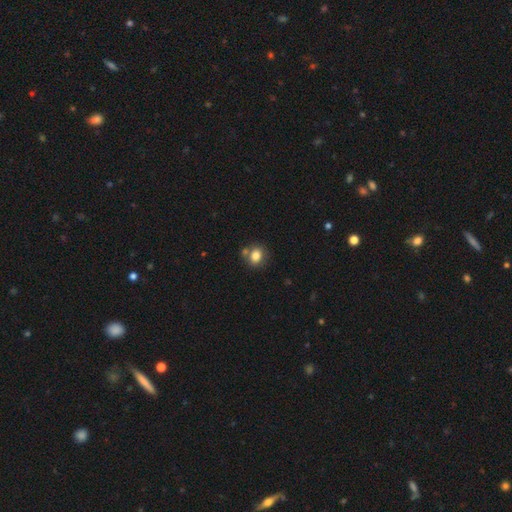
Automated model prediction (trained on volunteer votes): This is clearly a smooth galaxy (82%). How rounded: likely round (62%). Merging: likely none (65%).